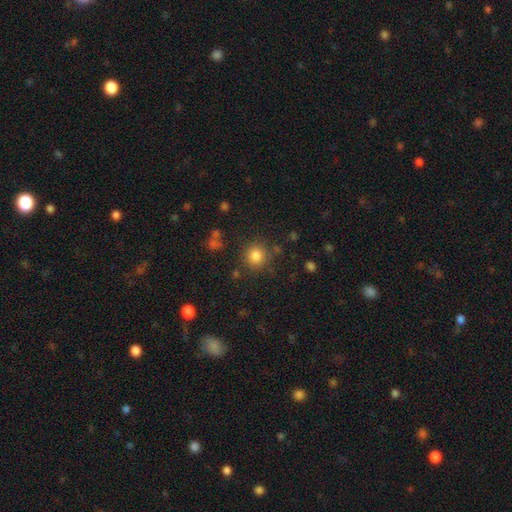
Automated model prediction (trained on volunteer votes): Smooth or featured: smooth — 83% (star or artifact — 12%)
How rounded: round — 90% (in between — 9%)
Merging: none — 82% (minor disturbance — 10%)